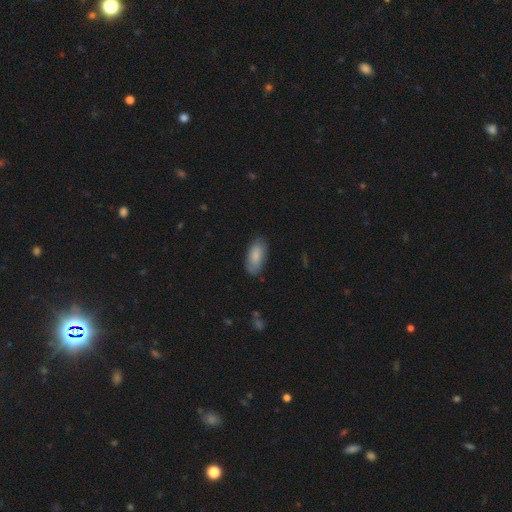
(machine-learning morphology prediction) Smooth or featured: smooth — 81% (featured or disk — 13%)
How rounded: in between — 91% (cigar-shaped — 7%)
Merging: none — 76% (minor disturbance — 19%)